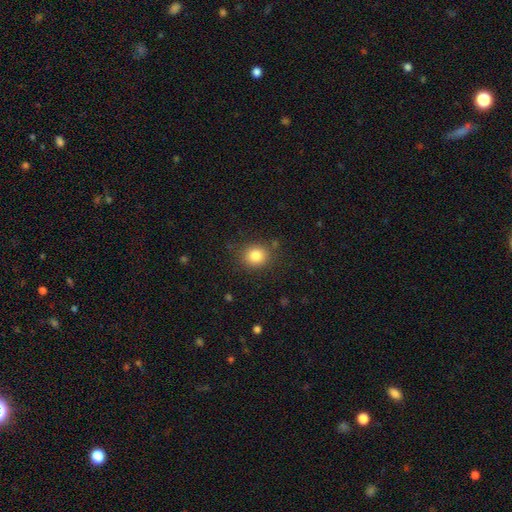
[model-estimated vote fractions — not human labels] Smooth or featured?
  - smooth: 83% *
  - star or artifact: 11%
  - featured or disk: 6%
How rounded?
  - round: 81% *
  - in between: 18%
  - cigar-shaped: 1%
Merging?
  - none: 84% *
  - minor disturbance: 10%
  - major disturbance: 3%
  - merger: 2%